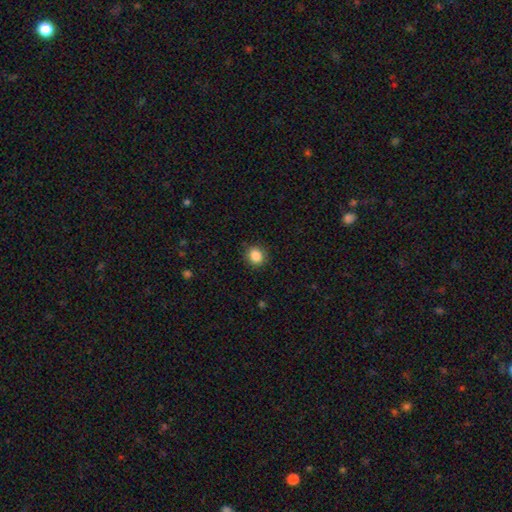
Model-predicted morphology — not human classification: Smooth or featured? Predicted: smooth (p=0.86). How rounded? Predicted: round (p=0.77). Merging? Predicted: none (p=0.89).